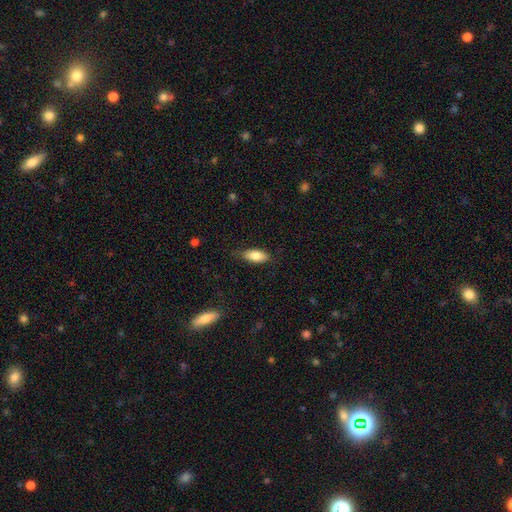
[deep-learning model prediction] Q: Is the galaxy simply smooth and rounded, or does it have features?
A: smooth — 81%.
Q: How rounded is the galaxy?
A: in between — 85%.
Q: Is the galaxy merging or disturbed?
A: none — 78%.